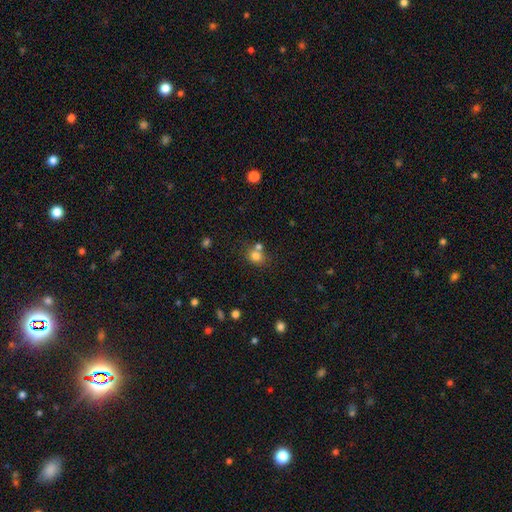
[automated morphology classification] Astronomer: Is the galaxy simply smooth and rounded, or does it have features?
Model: smooth — 78%.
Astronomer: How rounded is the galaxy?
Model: round — 69%.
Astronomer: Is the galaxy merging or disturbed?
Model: none — 52% (runner-up: merger, 34%).